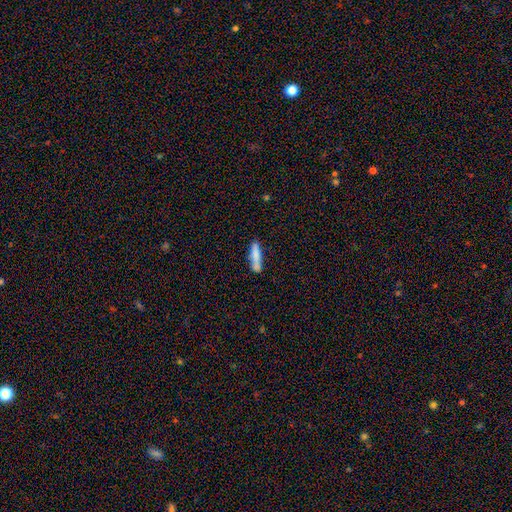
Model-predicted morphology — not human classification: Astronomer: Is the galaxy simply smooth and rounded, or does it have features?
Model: smooth — 78%.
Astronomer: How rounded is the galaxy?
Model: cigar-shaped — 82%.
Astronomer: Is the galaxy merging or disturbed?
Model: none — 70%.